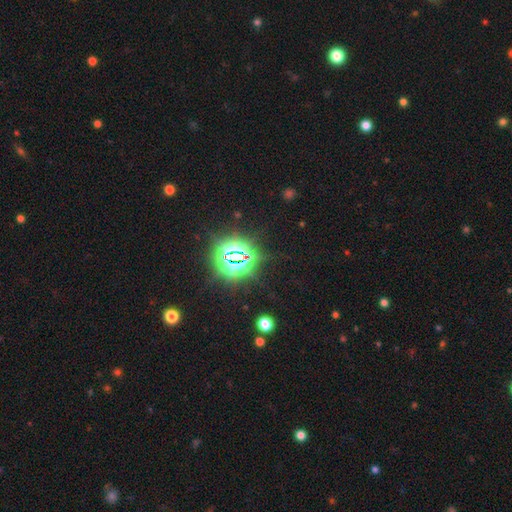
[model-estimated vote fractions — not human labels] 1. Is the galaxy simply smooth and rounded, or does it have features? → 83% star or artifact, 10% smooth, 6% featured or disk.